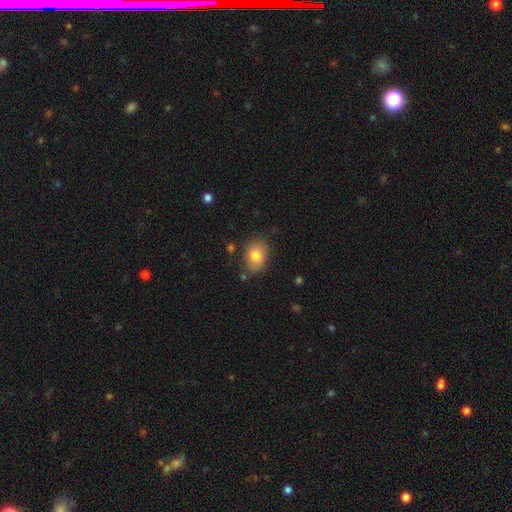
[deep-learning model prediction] This is clearly a smooth galaxy (81%). How rounded: likely in between (72%). Merging: likely none (76%).